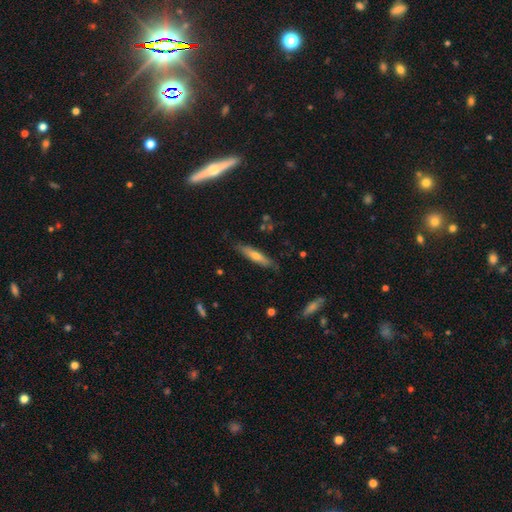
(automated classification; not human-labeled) Overall: smooth (52%; featured or disk 41%). How rounded: cigar-shaped (84%). Merging: none (82%).